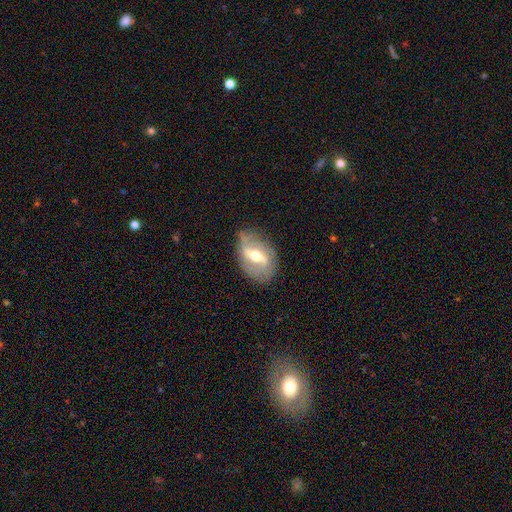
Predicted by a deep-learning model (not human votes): A featured or disk galaxy (75%) with a strong bar (48%), spiral arms (72%) and a moderate central bulge (70%).

Vote fractions:
- Smooth or featured? featured or disk: 75% / smooth: 19% / star or artifact: 7%
- Edge-on disk? no: 91% / yes: 9%
- Bar? strong: 48% / weak: 39% / no: 13%
- Spiral arms? yes: 72% / no: 28%
- Bulge size? moderate: 70% / small: 20% / large: 8% / dominant: 1% / none: 1%
- Merging? none: 72% / minor disturbance: 19% / major disturbance: 7% / merger: 1%